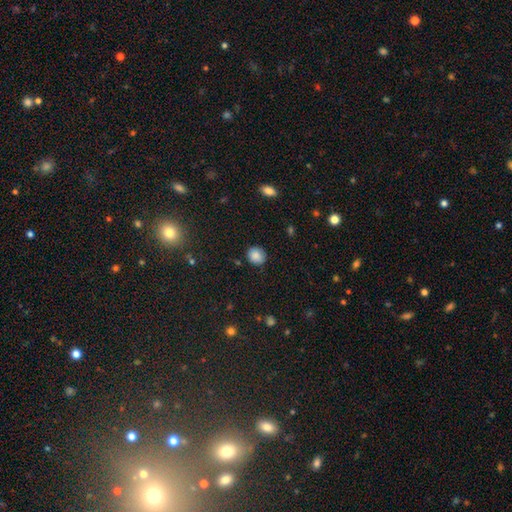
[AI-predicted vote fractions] smooth-or-featured: smooth: 85% | star or artifact: 10% | featured or disk: 5%
  how-rounded: round: 77% | in between: 22% | cigar-shaped: 1%
  merging: none: 85% | minor disturbance: 11% | major disturbance: 3% | merger: 1%